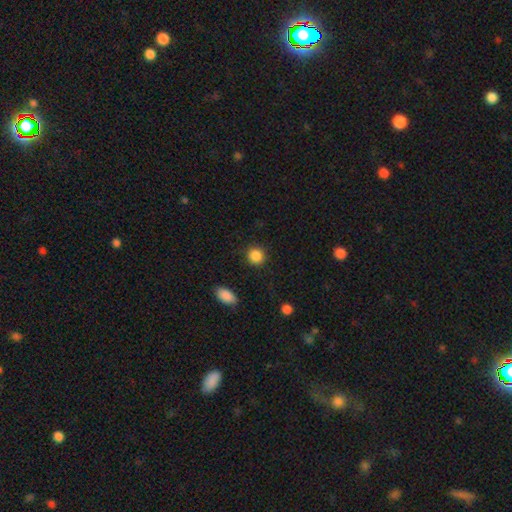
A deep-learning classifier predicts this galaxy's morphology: type=smooth (88%); roundness=round (89%); merging=none (89%).